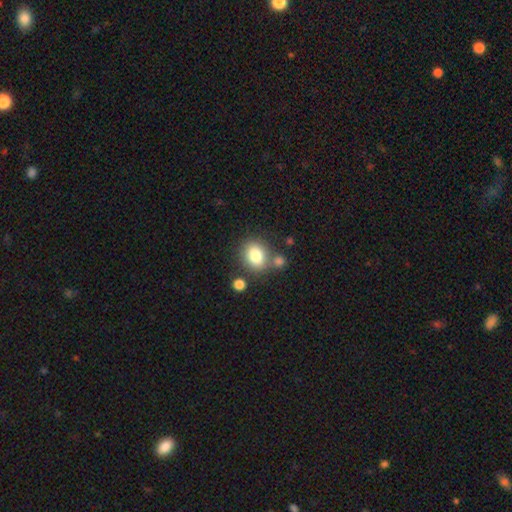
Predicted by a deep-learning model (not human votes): Smooth or featured?
  - smooth: 81% *
  - star or artifact: 10%
  - featured or disk: 9%
How rounded?
  - round: 57% *
  - in between: 42%
  - cigar-shaped: 1%
Merging?
  - none: 67% *
  - merger: 16%
  - minor disturbance: 13%
  - major disturbance: 4%